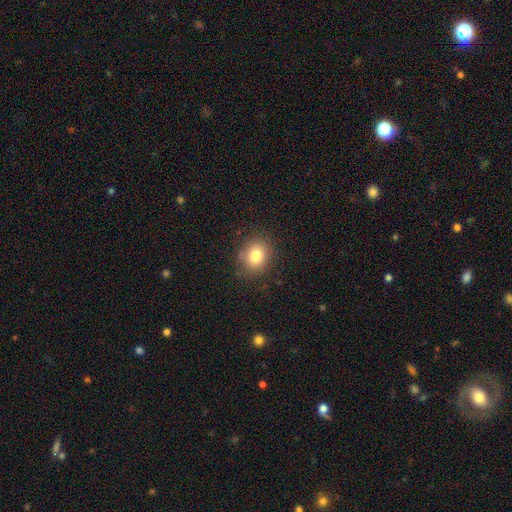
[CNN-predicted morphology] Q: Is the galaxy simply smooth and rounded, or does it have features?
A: smooth — 80%.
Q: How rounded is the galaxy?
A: round — 67%.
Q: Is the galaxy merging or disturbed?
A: none — 84%.